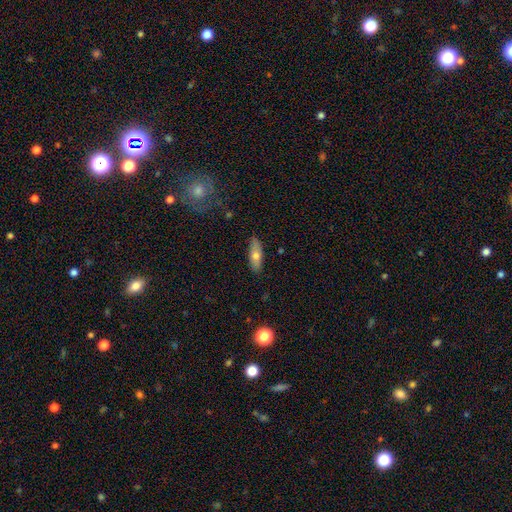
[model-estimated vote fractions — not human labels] Morphology: type=smooth (66%); roundness=in between (62%); merging=none (84%).